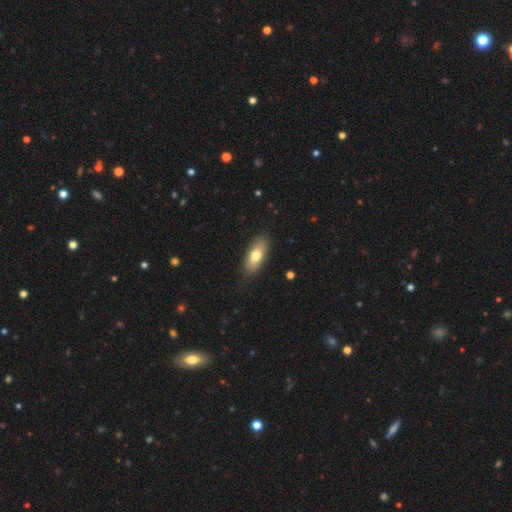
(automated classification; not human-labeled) smooth_or_featured: smooth (p=0.75) [alt: featured or disk p=0.19]
how_rounded: in between (p=0.84) [alt: cigar-shaped p=0.13]
merging: none (p=0.83) [alt: minor disturbance p=0.13]